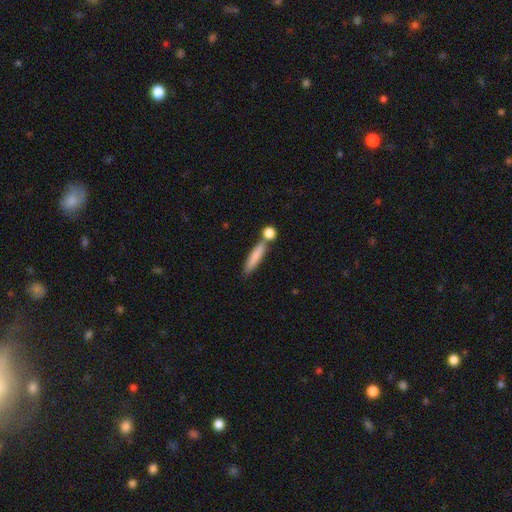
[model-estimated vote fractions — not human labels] This is likely a smooth galaxy (79%). How rounded: clearly cigar-shaped (83%). Merging: likely none (63%).